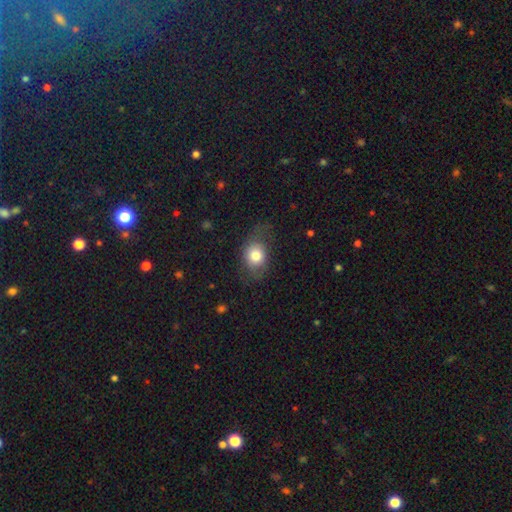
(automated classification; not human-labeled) Q: Smooth or featured?
A: smooth (76%); runner-up: featured or disk (14%)
Q: How rounded?
A: in between (51%); runner-up: round (47%)
Q: Merging?
A: none (59%); runner-up: minor disturbance (23%)